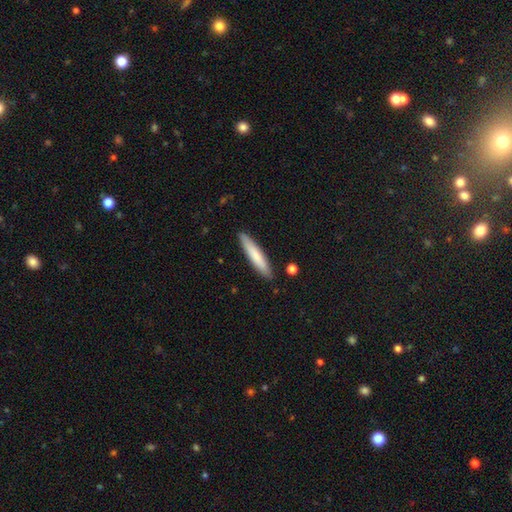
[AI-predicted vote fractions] This appears to be a smooth galaxy with no disk features (75%) that is cigar-shaped (90%). Merging: none (88%).